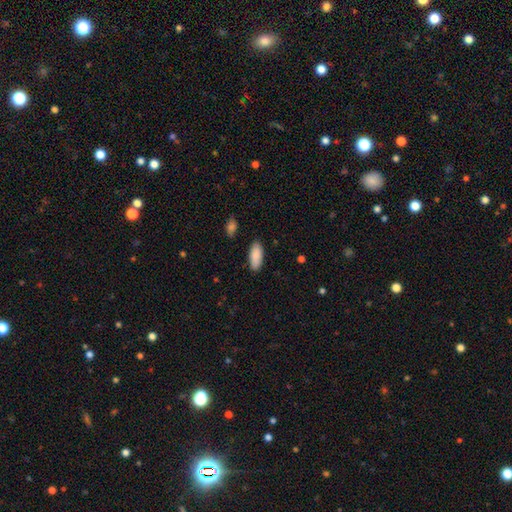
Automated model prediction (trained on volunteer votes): A smooth galaxy with no disk features (89%) that is in between round and cigar-shaped (86%).

Vote fractions:
- Smooth or featured? smooth: 89% / star or artifact: 6% / featured or disk: 5%
- How rounded? in between: 86% / cigar-shaped: 13% / round: 2%
- Merging? none: 87% / minor disturbance: 9% / major disturbance: 2% / merger: 2%